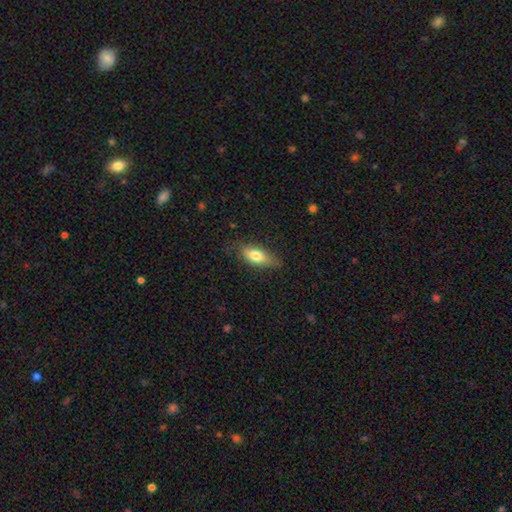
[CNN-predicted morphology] Smooth or featured? smooth (73%)
How rounded? in between (73%)
Merging? none (74%)